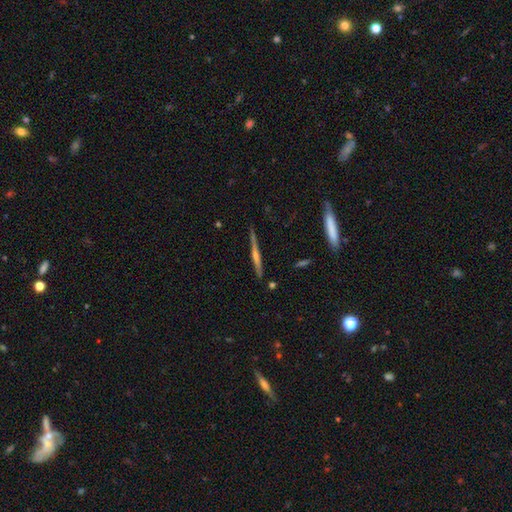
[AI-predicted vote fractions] Q: Smooth or featured?
A: featured or disk (73%); runner-up: smooth (19%)
Q: Edge-on disk?
A: yes (97%); runner-up: no (3%)
Q: Edge-on bulge?
A: rounded (67%); runner-up: none (23%)
Q: Merging?
A: none (87%); runner-up: minor disturbance (9%)